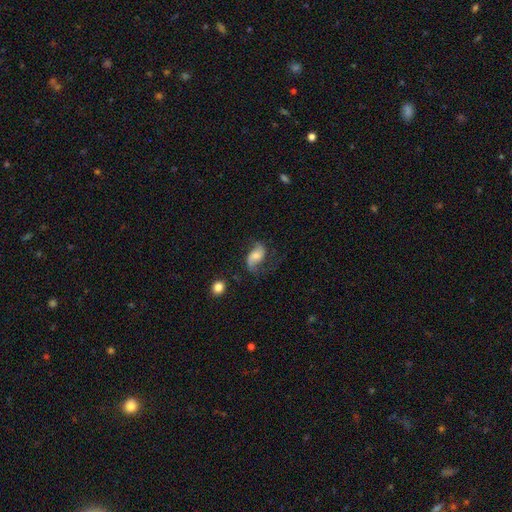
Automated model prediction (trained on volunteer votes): smooth_or_featured: featured or disk (p=0.60) [alt: smooth p=0.31]
disk_edge_on: no (p=0.96) [alt: yes p=0.04]
bar: no (p=0.55) [alt: weak p=0.33]
has_spiral_arms: yes (p=0.90) [alt: no p=0.10]
spiral_winding: loose (p=0.63) [alt: medium p=0.29]
spiral_arm_count: 2 (p=0.83) [alt: 1 p=0.09]
bulge_size: moderate (p=0.40) [alt: small p=0.32]
merging: none (p=0.52) [alt: minor disturbance p=0.23]